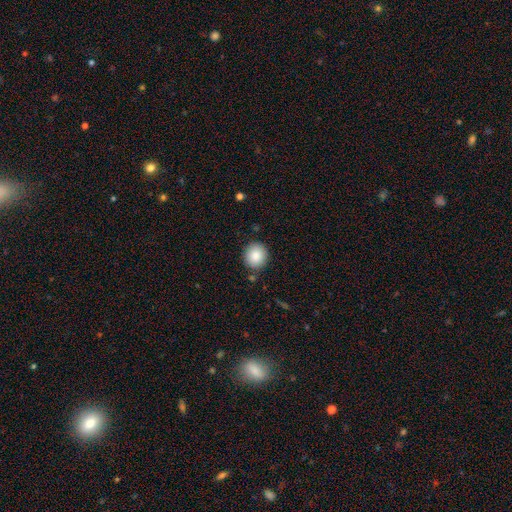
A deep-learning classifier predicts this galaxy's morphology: smooth_or_featured: smooth (p=0.87) [alt: star or artifact p=0.08]
how_rounded: round (p=0.85) [alt: in between p=0.14]
merging: none (p=0.87) [alt: minor disturbance p=0.08]